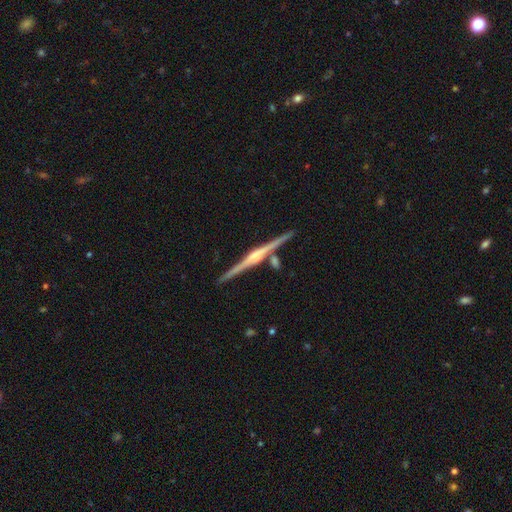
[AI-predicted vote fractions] Overall: featured or disk (85%). Edge-on disk: yes (99%). Edge-on bulge: rounded (77%). Merging: none (86%).